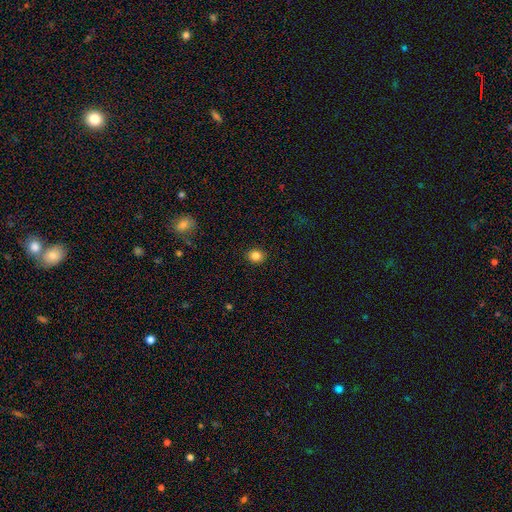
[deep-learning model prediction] Smooth or featured?
  - smooth: 84% *
  - star or artifact: 11%
  - featured or disk: 5%
How rounded?
  - round: 73% *
  - in between: 27%
  - cigar-shaped: 1%
Merging?
  - none: 91% *
  - minor disturbance: 6%
  - major disturbance: 2%
  - merger: 1%